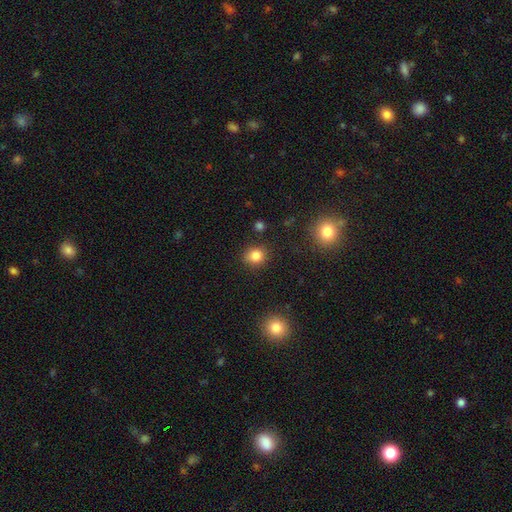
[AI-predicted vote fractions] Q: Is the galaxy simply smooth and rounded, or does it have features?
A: smooth — 82%.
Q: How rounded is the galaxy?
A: round — 78%.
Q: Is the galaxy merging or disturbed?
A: none — 86%.